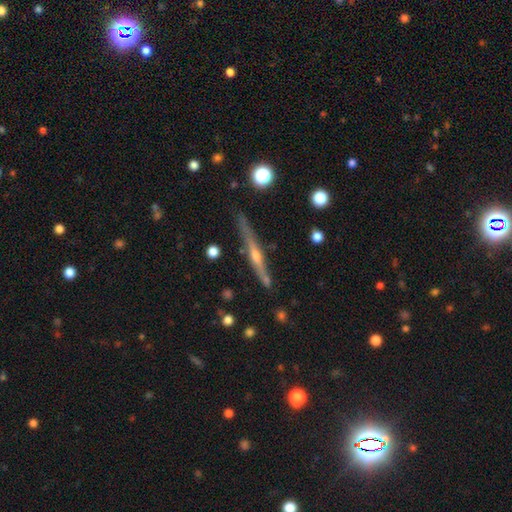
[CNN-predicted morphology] Smooth or featured? featured or disk (73%)
Edge-on disk? yes (97%)
Edge-on bulge? rounded (77%)
Merging? none (76%)